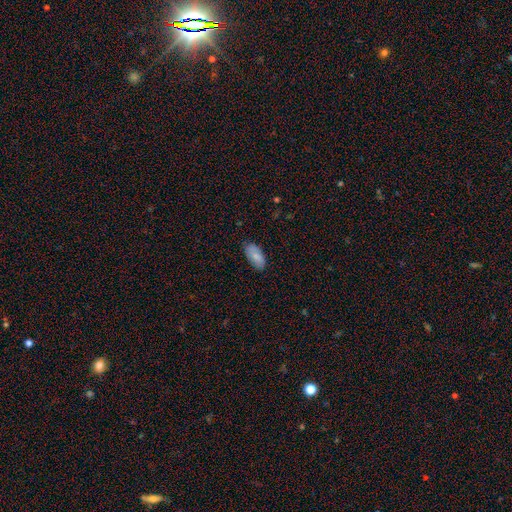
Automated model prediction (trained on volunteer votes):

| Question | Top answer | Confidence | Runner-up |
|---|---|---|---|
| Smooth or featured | smooth | 80% | featured or disk (13%) |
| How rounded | in between | 93% | cigar-shaped (5%) |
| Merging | none | 83% | minor disturbance (13%) |